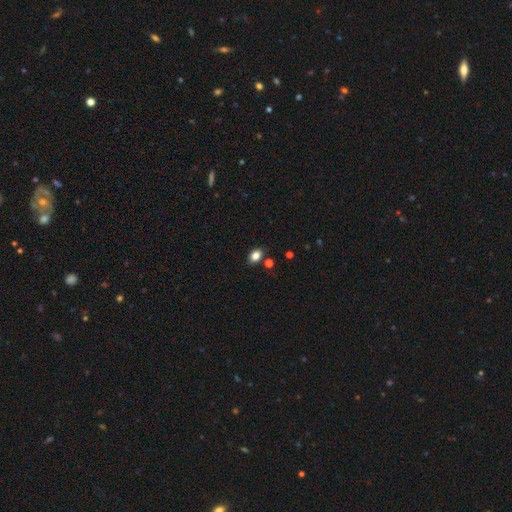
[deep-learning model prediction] The model was most divided on "how rounded": in between: 71%, round: 28%, cigar-shaped: 1%. More confident: smooth or featured — smooth (83%); merging — none (80%).